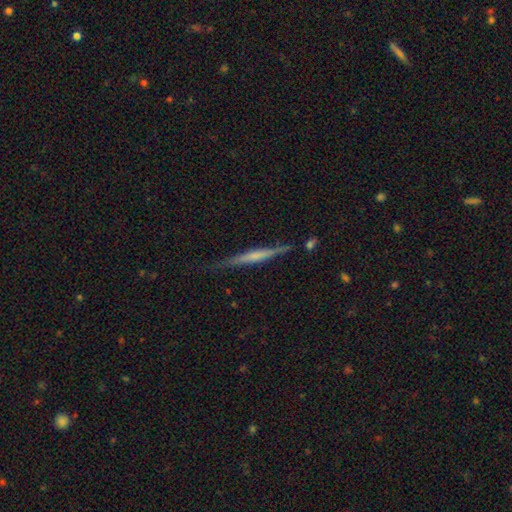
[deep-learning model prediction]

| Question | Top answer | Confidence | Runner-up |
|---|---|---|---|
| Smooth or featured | featured or disk | 63% | smooth (30%) |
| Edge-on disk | yes | 97% | no (3%) |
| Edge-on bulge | none | 45% | rounded (32%) |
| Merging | none | 80% | minor disturbance (14%) |